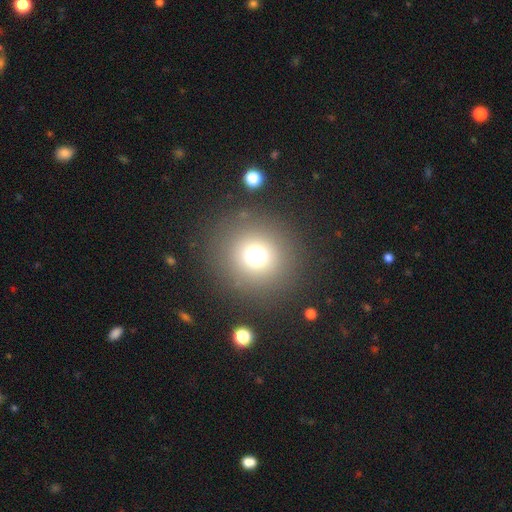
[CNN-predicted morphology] Overall: smooth (71%). How rounded: round (94%). Merging: none (86%).